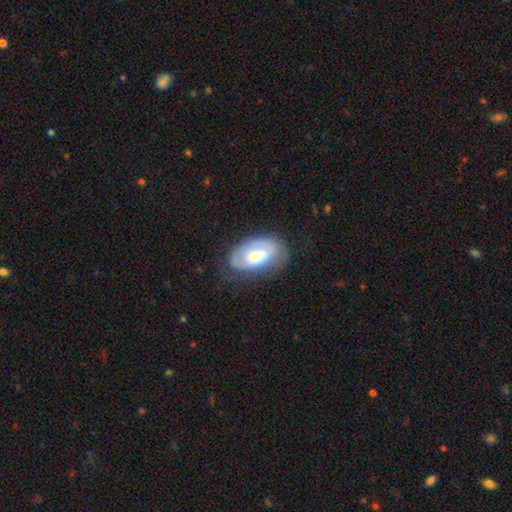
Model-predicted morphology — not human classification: Smooth or featured: featured or disk — 49% (smooth — 44%)
Merging: none — 60% (minor disturbance — 27%)